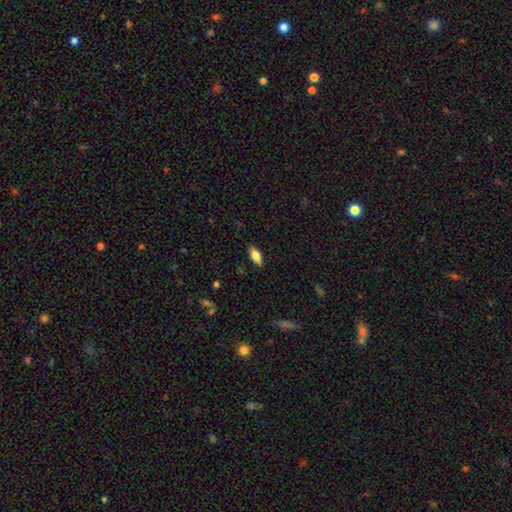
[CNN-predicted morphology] A smooth galaxy with no disk features (74%) that is in between round and cigar-shaped (86%).

Vote fractions:
- Smooth or featured? smooth: 74% / featured or disk: 19% / star or artifact: 7%
- How rounded? in between: 86% / cigar-shaped: 11% / round: 3%
- Merging? none: 87% / minor disturbance: 10% / major disturbance: 2% / merger: 1%